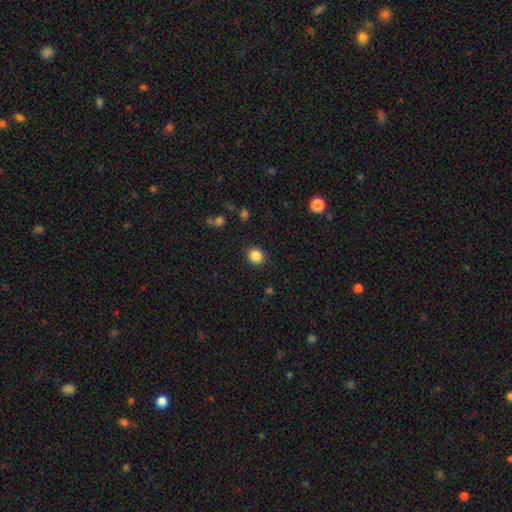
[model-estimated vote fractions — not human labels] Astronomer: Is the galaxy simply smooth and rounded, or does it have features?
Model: smooth — 86%.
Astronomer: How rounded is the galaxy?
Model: round — 83%.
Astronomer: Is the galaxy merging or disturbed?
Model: none — 90%.